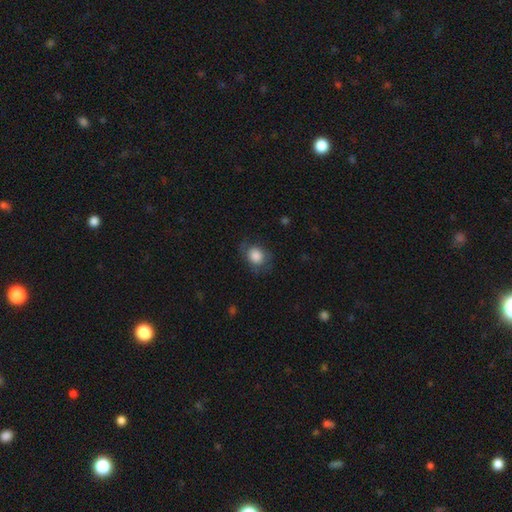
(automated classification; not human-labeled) This is clearly a smooth galaxy (82%). How rounded: possibly round (57%). Merging: likely none (67%).